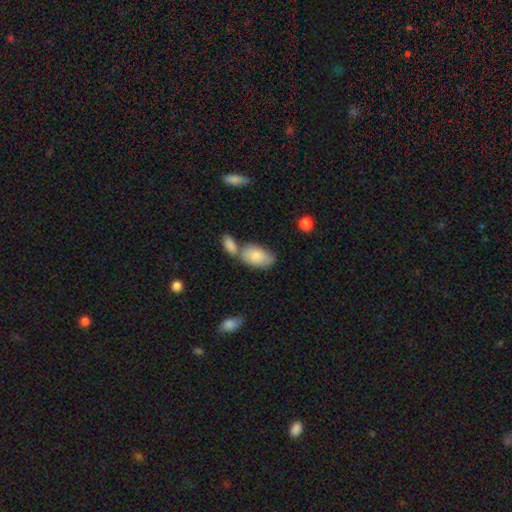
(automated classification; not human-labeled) Smooth or featured?
  - smooth: 81% *
  - featured or disk: 13%
  - star or artifact: 6%
How rounded?
  - in between: 94% *
  - round: 4%
  - cigar-shaped: 2%
Merging?
  - none: 41% *
  - merger: 38%
  - minor disturbance: 15%
  - major disturbance: 5%